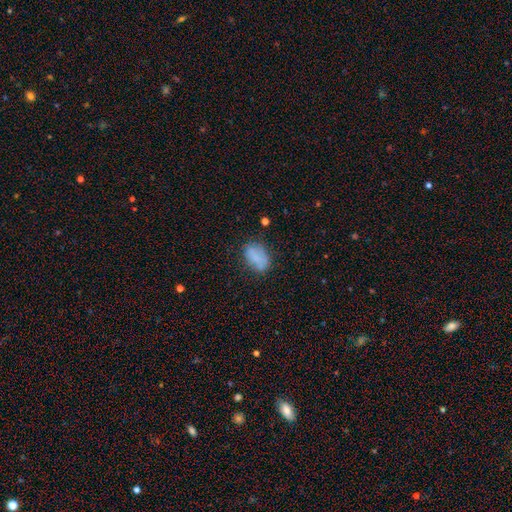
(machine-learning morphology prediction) A smooth galaxy with no disk features (75%) that is in between round and cigar-shaped (87%). Merging: none (62%).